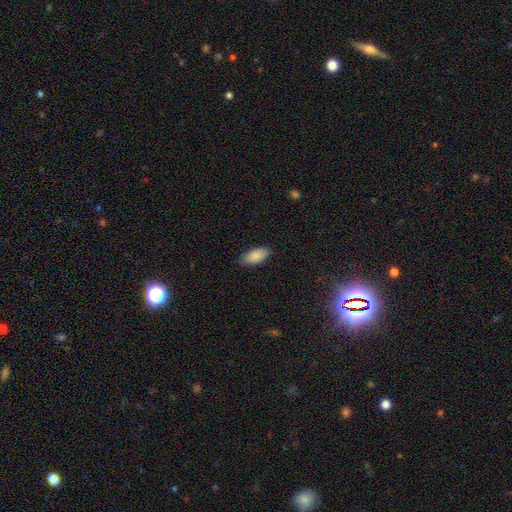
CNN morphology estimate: type=smooth (87%); roundness=in between (89%); merging=none (84%).